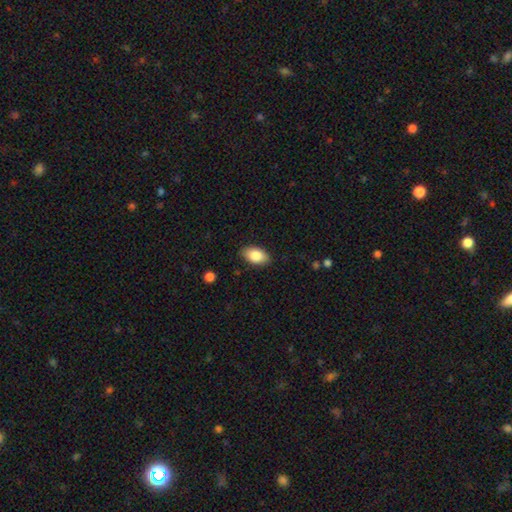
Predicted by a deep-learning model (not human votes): This appears to be a smooth galaxy with no disk features (85%) that is in between round and cigar-shaped (93%). Merging: none (87%).